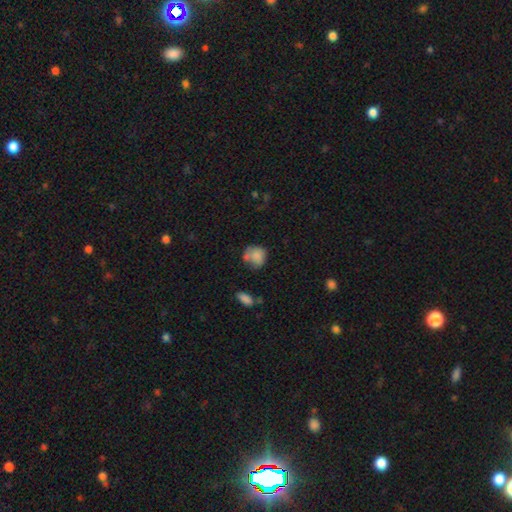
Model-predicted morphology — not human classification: A smooth galaxy with no disk features (77%) that is round (71%). Merging: none (45%).